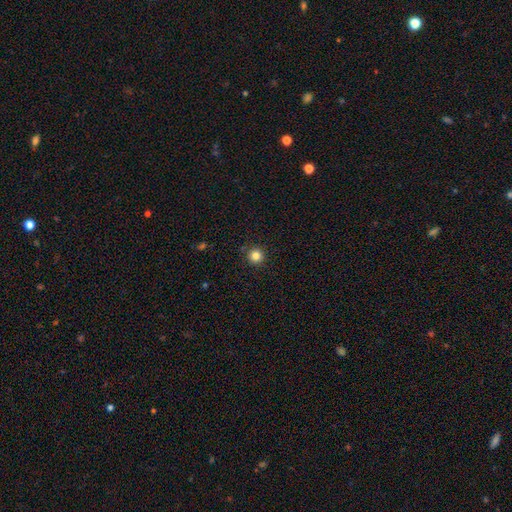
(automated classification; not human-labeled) The model was most divided on "smooth or featured": smooth: 83%, star or artifact: 12%, featured or disk: 5%. More confident: how rounded — round (96%); merging — none (91%).